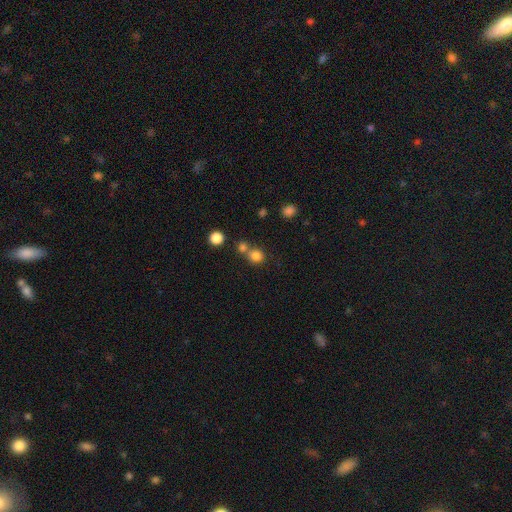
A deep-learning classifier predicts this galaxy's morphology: This is clearly a smooth galaxy (81%). How rounded: clearly round (87%). Merging: possibly none (55%).